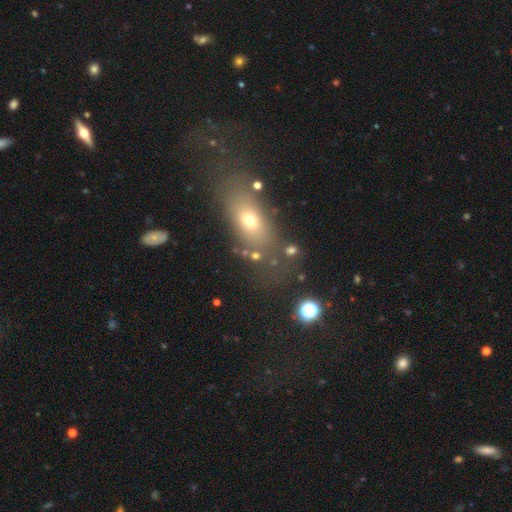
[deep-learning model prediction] Overall: smooth (63%). How rounded: in between (59%; round 31%). Merging: none (63%).